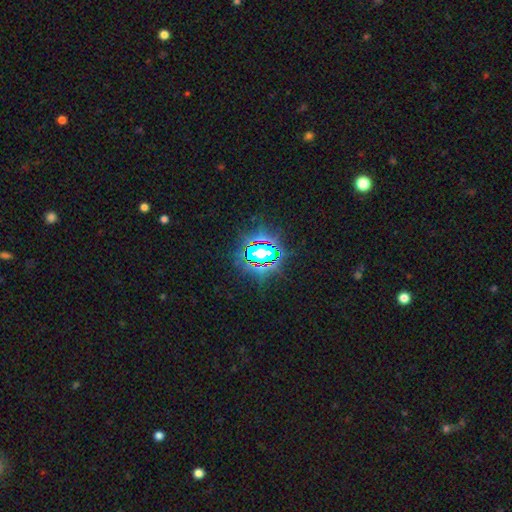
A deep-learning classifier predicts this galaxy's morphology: A star or artifact, not a galaxy (80%).